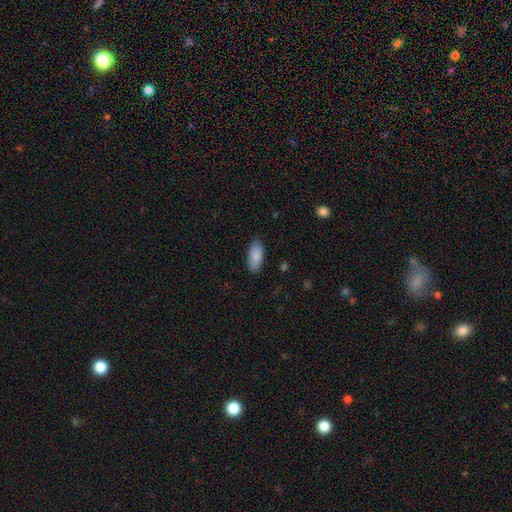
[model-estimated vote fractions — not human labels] Overall: smooth (88%). How rounded: in between (87%). Merging: none (85%).